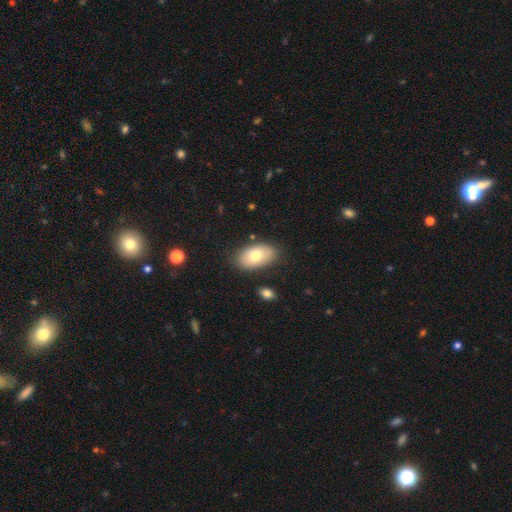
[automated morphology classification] Smooth or featured?
  - smooth: 75% *
  - featured or disk: 18%
  - star or artifact: 7%
How rounded?
  - in between: 94% *
  - round: 5%
  - cigar-shaped: 1%
Merging?
  - none: 81% *
  - minor disturbance: 13%
  - major disturbance: 3%
  - merger: 3%